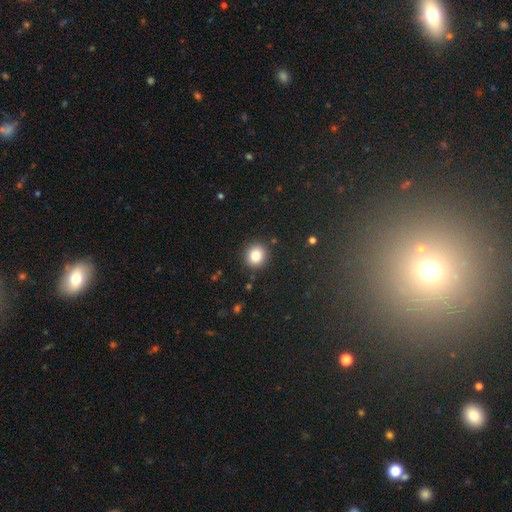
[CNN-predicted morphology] Smooth or featured? Predicted: smooth (p=0.83). How rounded? Predicted: round (p=0.85). Merging? Predicted: none (p=0.89).